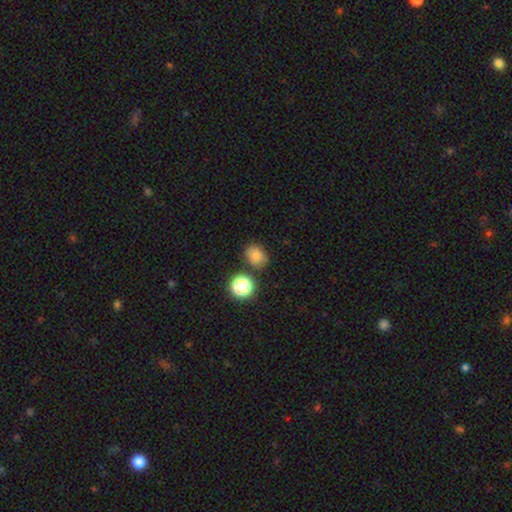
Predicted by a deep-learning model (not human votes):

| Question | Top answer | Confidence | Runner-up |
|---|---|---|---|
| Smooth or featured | smooth | 75% | star or artifact (17%) |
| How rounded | round | 57% | in between (42%) |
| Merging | none | 76% | minor disturbance (14%) |